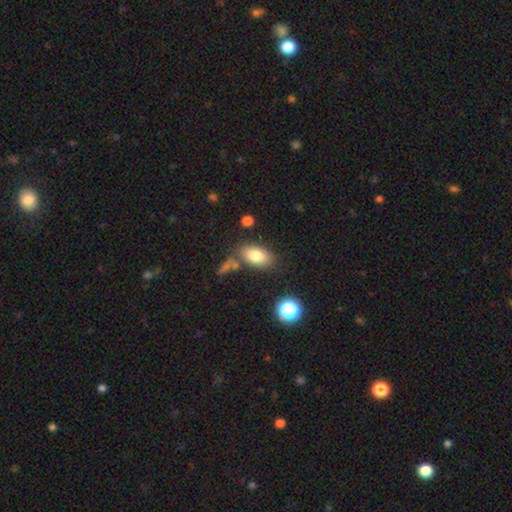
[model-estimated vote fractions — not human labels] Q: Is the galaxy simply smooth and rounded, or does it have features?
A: smooth — 80%.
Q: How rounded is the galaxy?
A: in between — 89%.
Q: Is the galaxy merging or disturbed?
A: none — 74%.